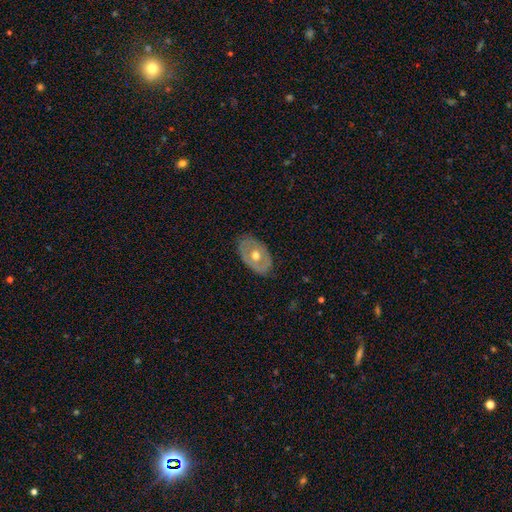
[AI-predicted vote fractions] smooth_or_featured: featured or disk (p=0.54) [alt: smooth p=0.41]
disk_edge_on: no (p=0.89) [alt: yes p=0.11]
merging: none (p=0.79) [alt: minor disturbance p=0.16]